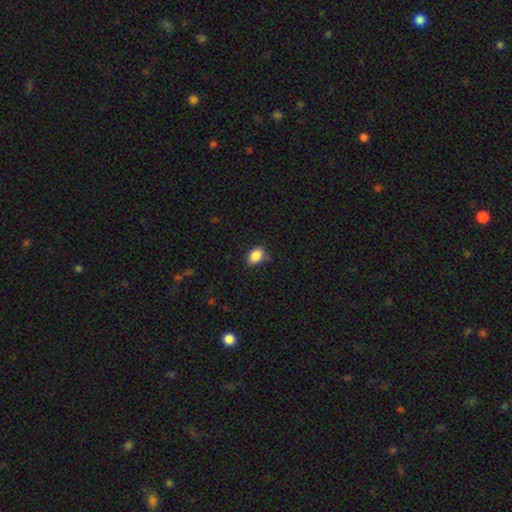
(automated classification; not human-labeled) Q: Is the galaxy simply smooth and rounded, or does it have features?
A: smooth — 87%.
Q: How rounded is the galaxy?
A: in between — 82%.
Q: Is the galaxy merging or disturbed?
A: none — 78%.